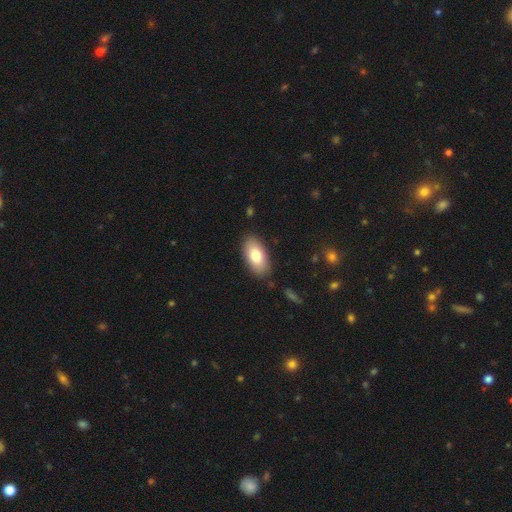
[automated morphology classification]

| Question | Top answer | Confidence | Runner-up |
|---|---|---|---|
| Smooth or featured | smooth | 78% | featured or disk (16%) |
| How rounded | in between | 93% | cigar-shaped (4%) |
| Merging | none | 86% | minor disturbance (10%) |